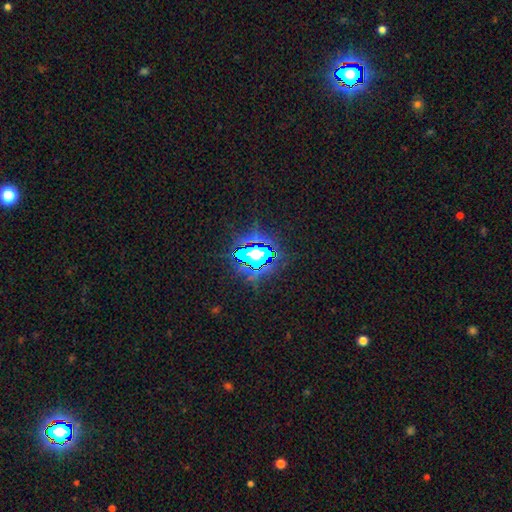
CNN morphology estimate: This is likely a star or artifact rather than a galaxy (71%).